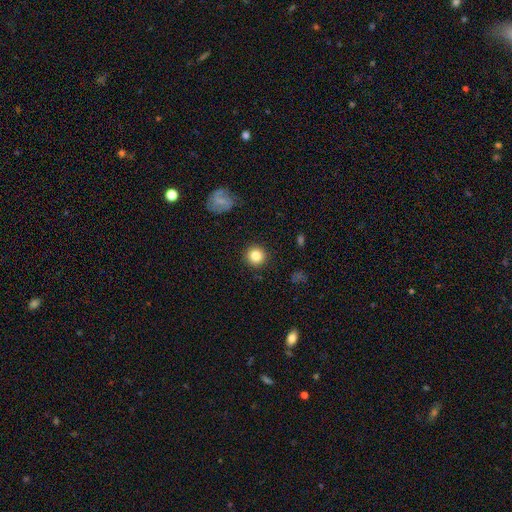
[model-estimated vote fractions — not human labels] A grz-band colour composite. It shows a smooth galaxy with no disk features (83%) that is round (94%). Merging: none (91%).